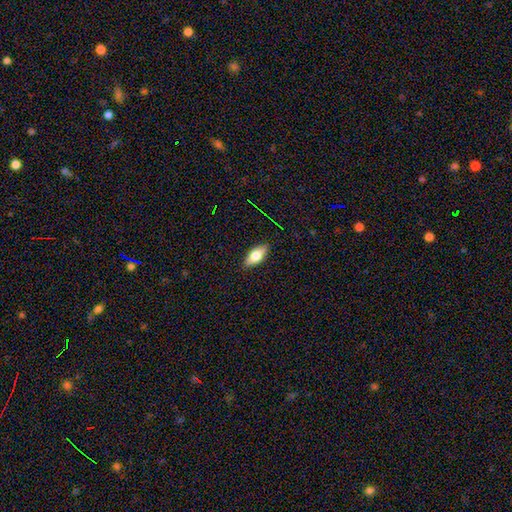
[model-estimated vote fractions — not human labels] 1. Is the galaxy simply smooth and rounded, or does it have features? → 63% smooth, 29% featured or disk, 8% star or artifact.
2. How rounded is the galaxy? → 82% in between, 15% cigar-shaped, 4% round.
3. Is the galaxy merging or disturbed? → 88% none, 9% minor disturbance, 2% major disturbance, 1% merger.